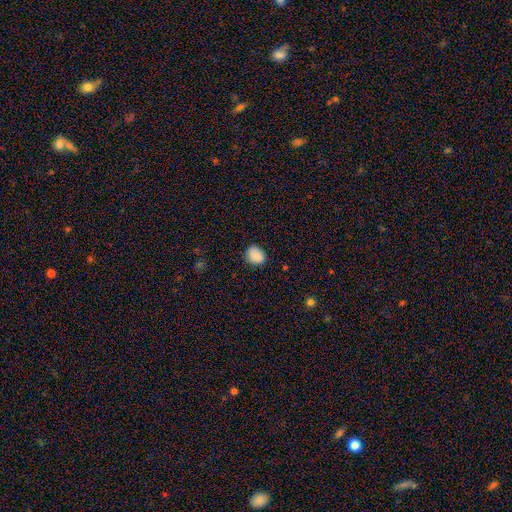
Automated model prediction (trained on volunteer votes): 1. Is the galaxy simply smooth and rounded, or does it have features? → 87% smooth, 9% star or artifact, 4% featured or disk.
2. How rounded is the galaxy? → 54% round, 46% in between, 1% cigar-shaped.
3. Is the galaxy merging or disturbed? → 80% none, 16% minor disturbance, 3% major disturbance, 1% merger.